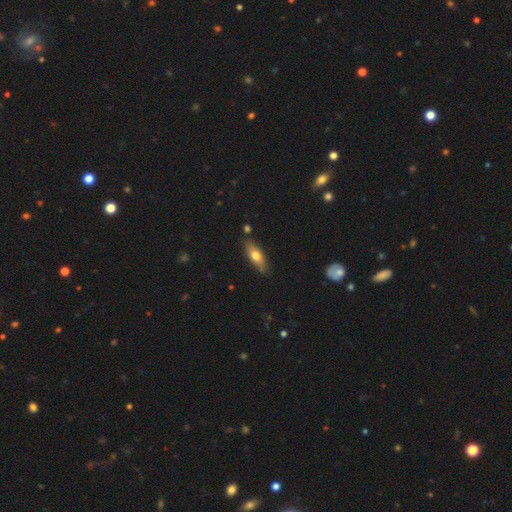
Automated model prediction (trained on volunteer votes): smooth_or_featured: smooth (p=0.68) [alt: featured or disk p=0.26]
how_rounded: in between (p=0.66) [alt: cigar-shaped p=0.31]
merging: none (p=0.80) [alt: minor disturbance p=0.14]